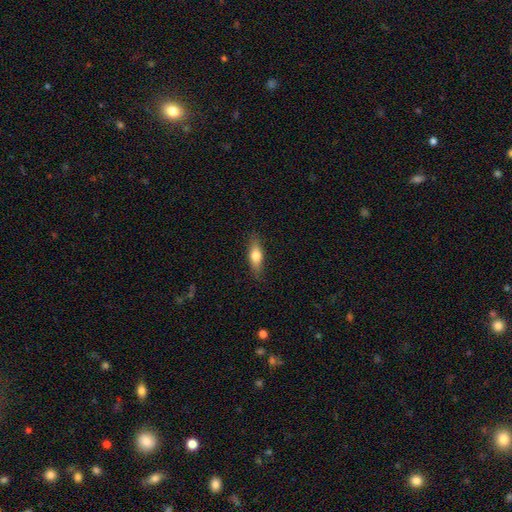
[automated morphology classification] This appears to be a smooth galaxy with no disk features (65%) that is in between round and cigar-shaped (54%). Merging: none (84%).